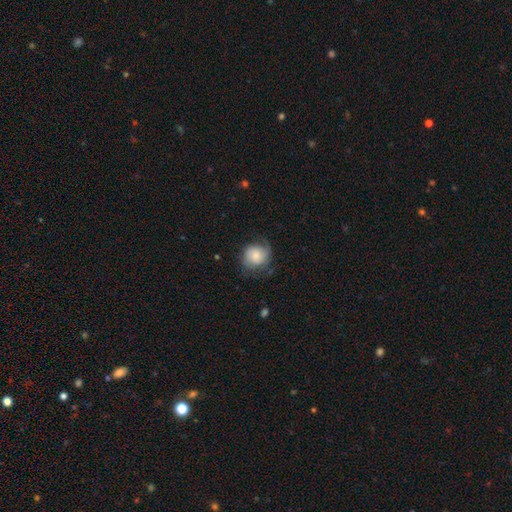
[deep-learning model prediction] Morphology: type=smooth (51%); roundness=round (77%); merging=none (58%).